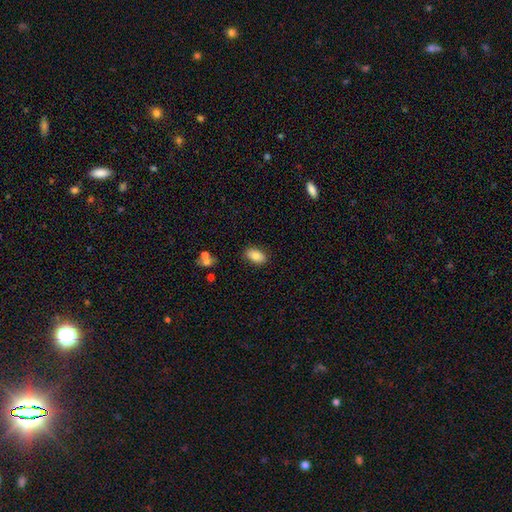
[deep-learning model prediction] This is clearly a smooth galaxy (83%). How rounded: clearly in between (92%). Merging: clearly none (85%).